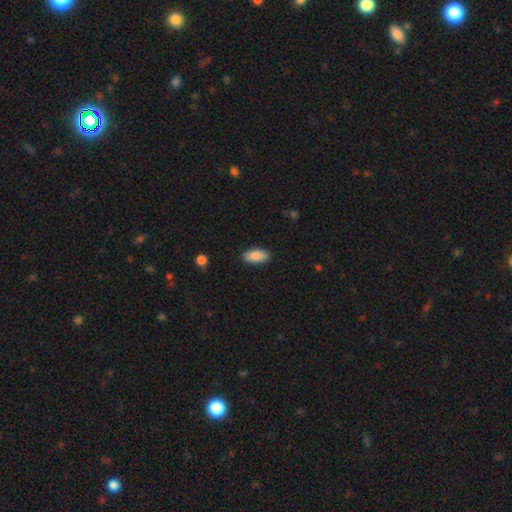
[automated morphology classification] Overall: smooth (88%). How rounded: in between (90%). Merging: none (89%).